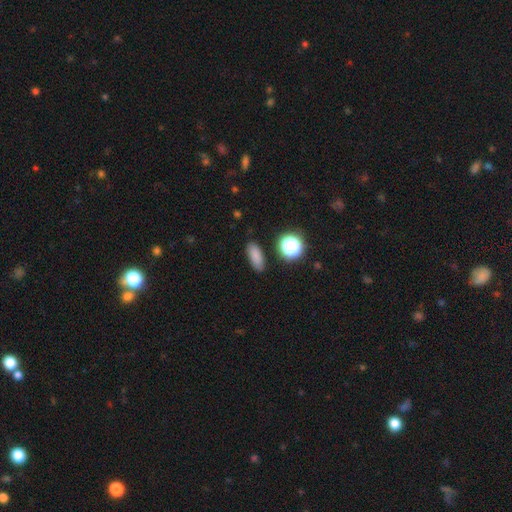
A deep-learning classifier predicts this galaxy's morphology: A smooth galaxy with no disk features (81%) that is in between round and cigar-shaped (77%).

Vote fractions:
- Smooth or featured? smooth: 81% / star or artifact: 13% / featured or disk: 6%
- How rounded? in between: 77% / cigar-shaped: 14% / round: 9%
- Merging? none: 85% / minor disturbance: 10% / major disturbance: 3% / merger: 2%